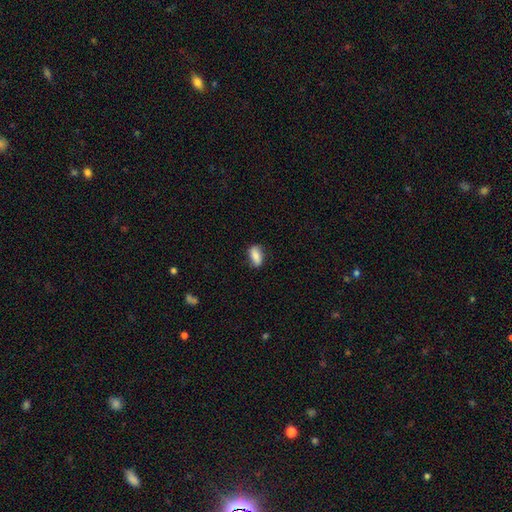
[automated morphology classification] The model was most divided on "merging": none: 77%, minor disturbance: 18%, major disturbance: 4%, merger: 1%. More confident: how rounded — in between (85%); smooth or featured — smooth (81%).